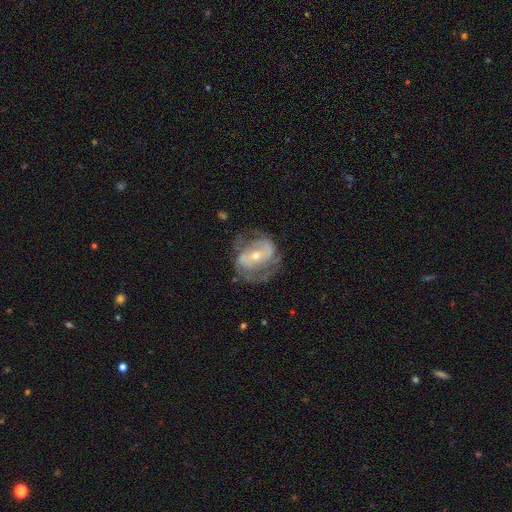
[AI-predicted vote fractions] Smooth or featured? Predicted: featured or disk (p=0.79). Edge-on disk? Predicted: no (p=0.96). Bar? Predicted: weak (p=0.34). Spiral arms? Predicted: yes (p=0.81). Spiral winding? Predicted: medium (p=0.45). Spiral arm count? Predicted: 2 (p=0.70). Bulge size? Predicted: small (p=0.54). Merging? Predicted: none (p=0.61).